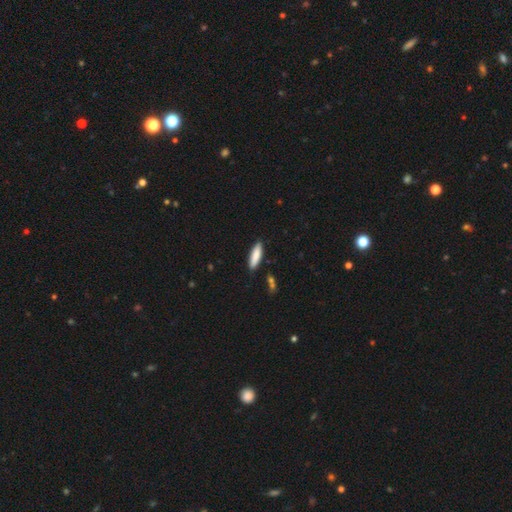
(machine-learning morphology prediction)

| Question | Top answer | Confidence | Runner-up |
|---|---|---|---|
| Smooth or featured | smooth | 85% | featured or disk (9%) |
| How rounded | cigar-shaped | 60% | in between (38%) |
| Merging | none | 86% | minor disturbance (10%) |